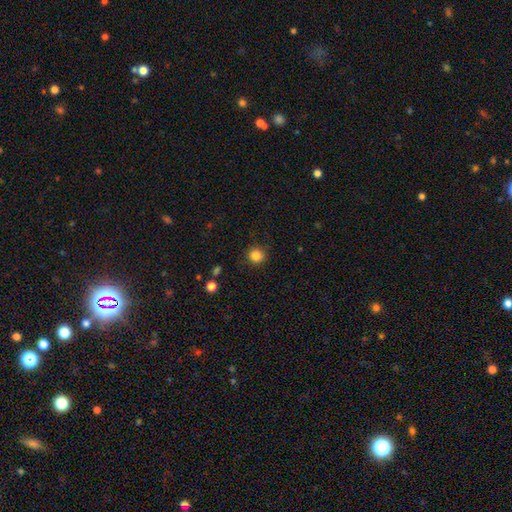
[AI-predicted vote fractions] Smooth or featured? smooth (85%)
How rounded? round (92%)
Merging? none (89%)